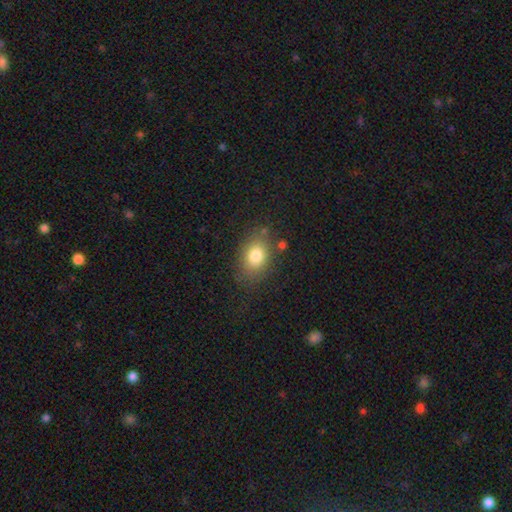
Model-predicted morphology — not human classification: The model was most divided on "how rounded": in between: 74%, round: 24%, cigar-shaped: 1%. More confident: smooth or featured — smooth (80%); merging — none (78%).